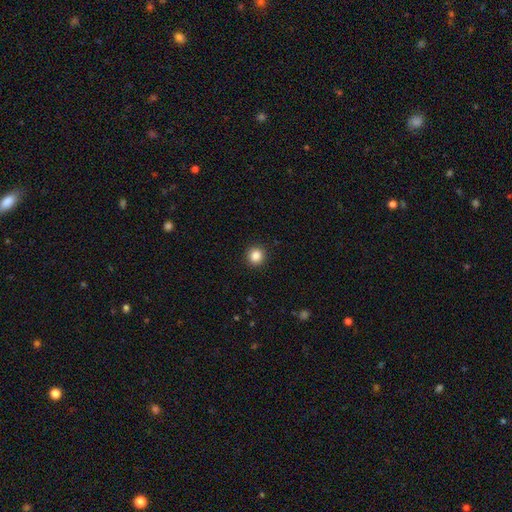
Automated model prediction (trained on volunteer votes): A smooth galaxy with no disk features (86%) that is round (93%).

Vote fractions:
- Smooth or featured? smooth: 86% / star or artifact: 10% / featured or disk: 3%
- How rounded? round: 93% / in between: 6% / cigar-shaped: 1%
- Merging? none: 92% / minor disturbance: 5% / major disturbance: 2% / merger: 1%